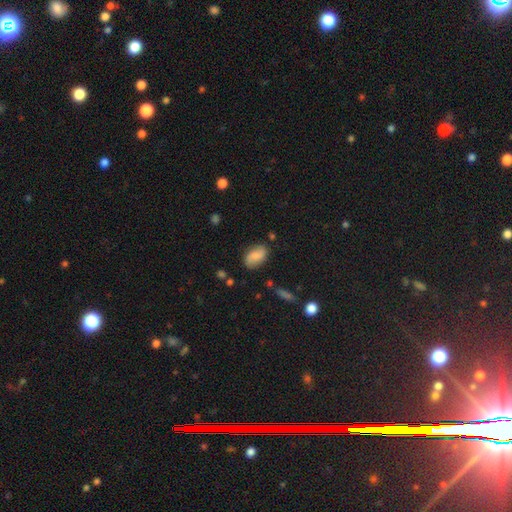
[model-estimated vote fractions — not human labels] A smooth galaxy with no disk features (72%) that is in between round and cigar-shaped (91%). Merging: none (76%).